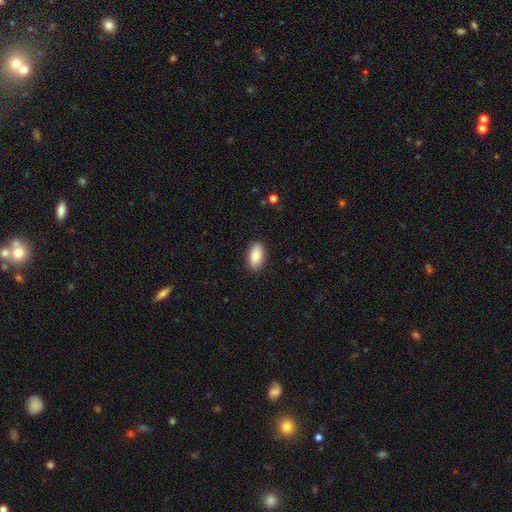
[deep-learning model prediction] smooth_or_featured: smooth (p=0.85) [alt: featured or disk p=0.08]
how_rounded: in between (p=0.93) [alt: round p=0.04]
merging: none (p=0.89) [alt: minor disturbance p=0.08]